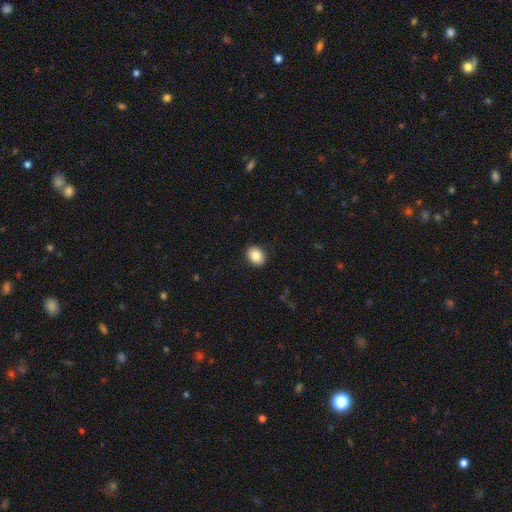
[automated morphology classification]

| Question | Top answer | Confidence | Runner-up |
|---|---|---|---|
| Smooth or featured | smooth | 86% | star or artifact (8%) |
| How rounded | in between | 60% | round (39%) |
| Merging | none | 90% | minor disturbance (7%) |